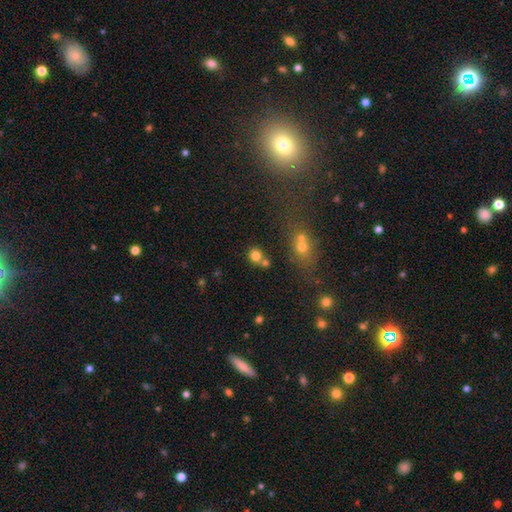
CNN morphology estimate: smooth_or_featured: smooth (p=0.77) [alt: star or artifact p=0.15]
how_rounded: round (p=0.86) [alt: in between p=0.13]
merging: none (p=0.60) [alt: merger p=0.28]